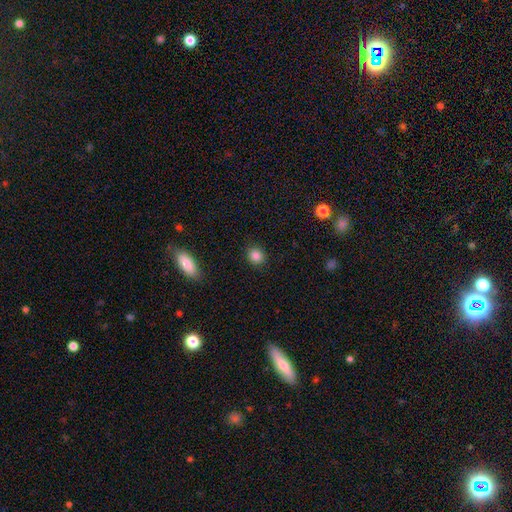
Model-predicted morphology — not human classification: Smooth or featured: smooth — 85% (star or artifact — 10%)
How rounded: round — 79% (in between — 20%)
Merging: none — 89% (minor disturbance — 7%)